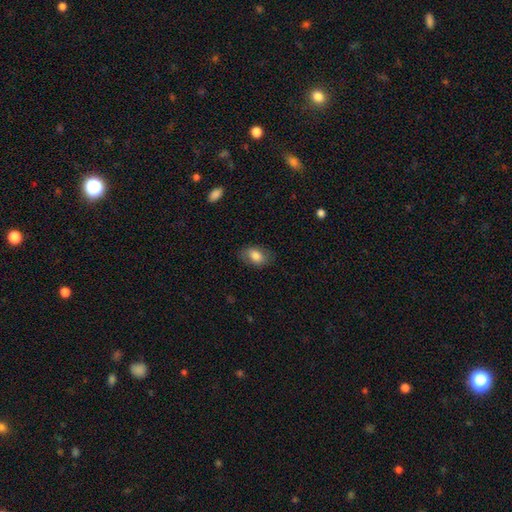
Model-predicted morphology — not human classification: type=smooth (81%); roundness=in between (87%); merging=none (81%).